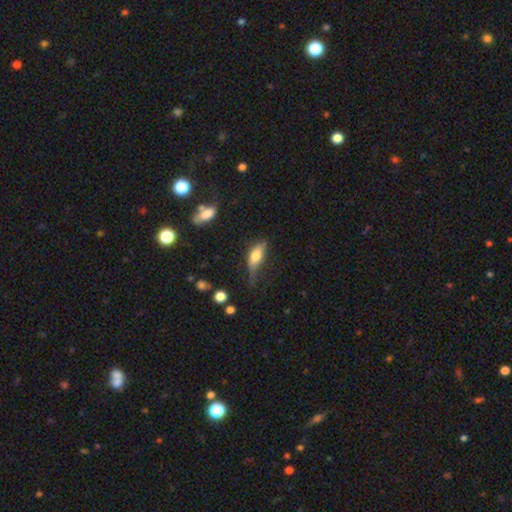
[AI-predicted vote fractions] This appears to be a smooth galaxy with no disk features (63%) that is in between round and cigar-shaped (70%). Merging: none (37%).